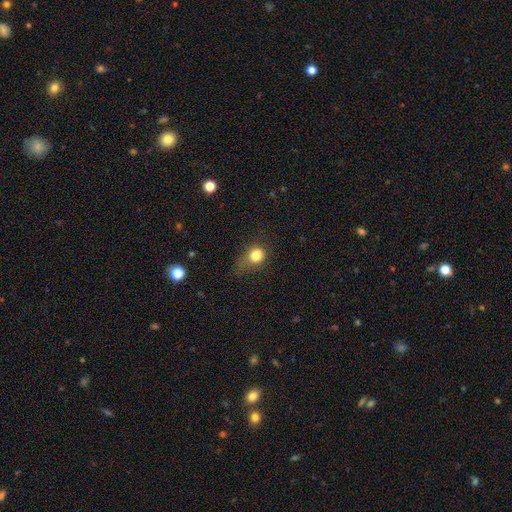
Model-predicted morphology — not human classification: Q: Smooth or featured?
A: smooth (80%); runner-up: star or artifact (11%)
Q: How rounded?
A: round (62%); runner-up: in between (37%)
Q: Merging?
A: none (45%); runner-up: minor disturbance (32%)